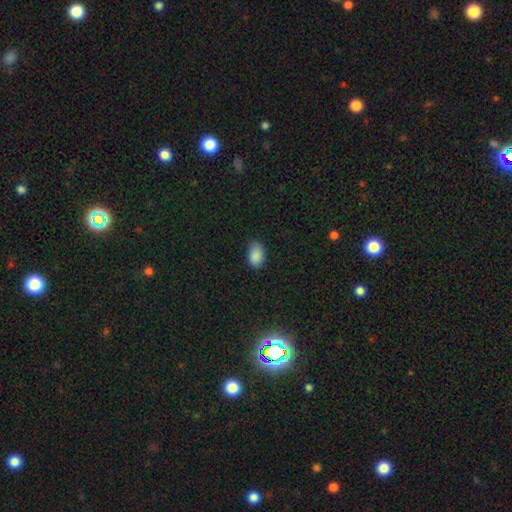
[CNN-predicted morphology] smooth-or-featured: smooth: 88% | star or artifact: 8% | featured or disk: 4%
  how-rounded: in between: 87% | round: 12% | cigar-shaped: 1%
  merging: none: 75% | minor disturbance: 21% | major disturbance: 3% | merger: 1%